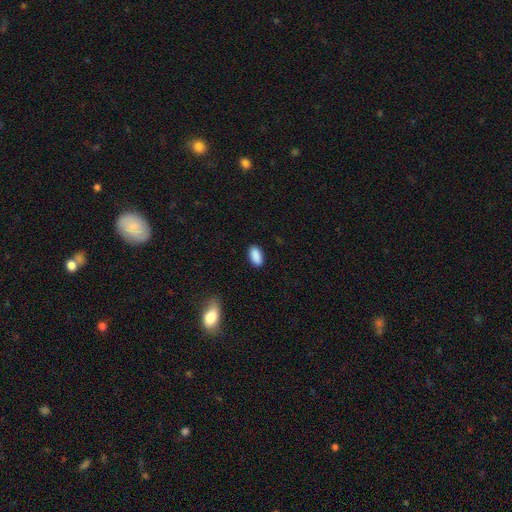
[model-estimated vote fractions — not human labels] This is clearly a smooth galaxy (89%). How rounded: clearly in between (92%). Merging: clearly none (87%).